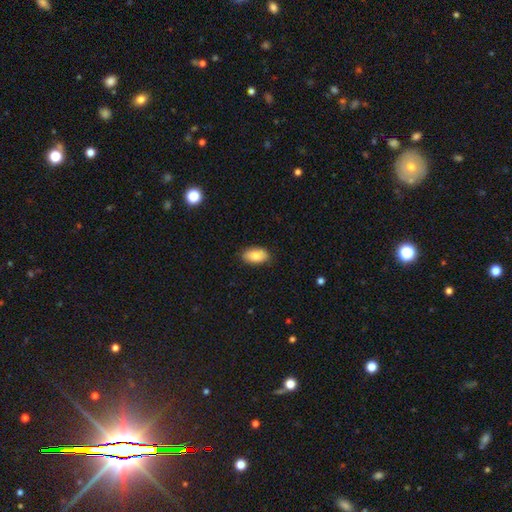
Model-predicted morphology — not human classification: smooth 83%, featured or disk 10%, star or artifact 7%. Down the decision tree: how rounded — in between (93%); merging — none (86%).